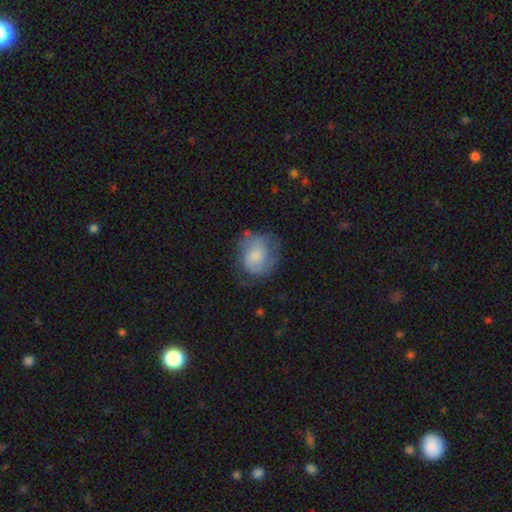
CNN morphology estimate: Smooth or featured? smooth (49%)
Merging? none (51%)